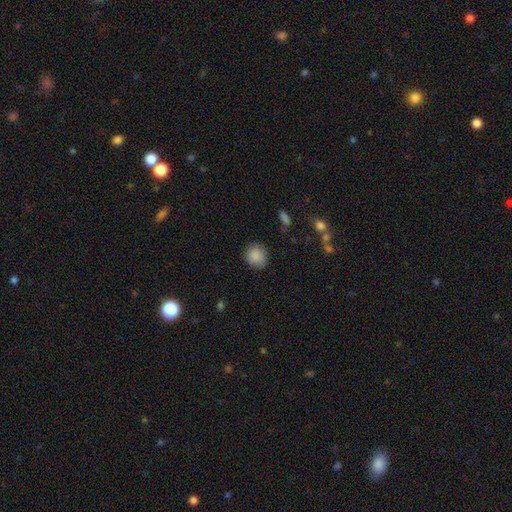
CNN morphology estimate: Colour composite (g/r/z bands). It shows a smooth galaxy with no disk features (88%) that is round (79%). Merging: none (85%).